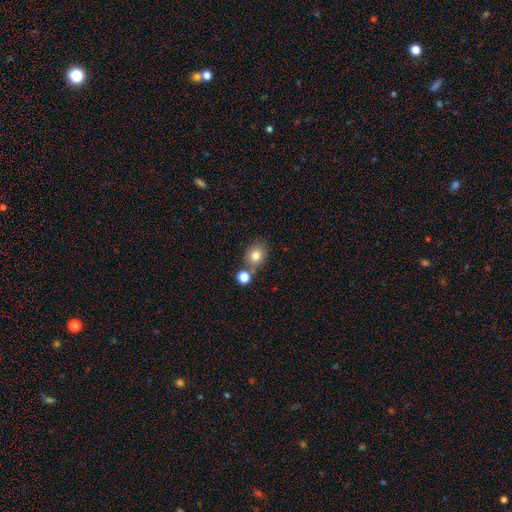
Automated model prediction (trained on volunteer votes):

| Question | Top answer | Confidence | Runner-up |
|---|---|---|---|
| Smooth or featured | smooth | 80% | star or artifact (11%) |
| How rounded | round | 57% | in between (41%) |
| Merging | none | 64% | merger (21%) |